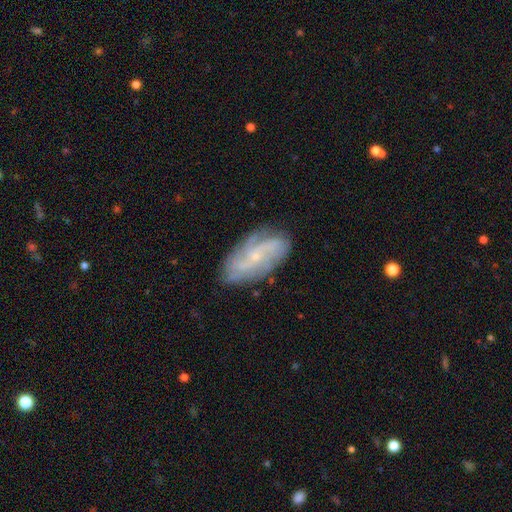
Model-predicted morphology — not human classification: A featured or disk galaxy (78%) with no bar (59%), 2 (34%) medium (39%) spiral arms (93%) and a small central bulge (79%). Merging: none (78%).